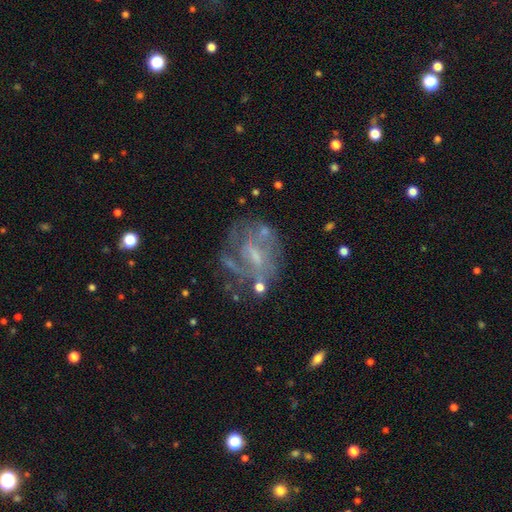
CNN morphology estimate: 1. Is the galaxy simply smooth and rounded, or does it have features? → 72% featured or disk, 16% smooth, 12% star or artifact.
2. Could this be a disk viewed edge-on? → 96% no, 4% yes.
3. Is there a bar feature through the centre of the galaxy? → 47% weak, 37% no, 15% strong.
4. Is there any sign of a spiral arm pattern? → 60% yes, 40% no.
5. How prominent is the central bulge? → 46% small, 27% moderate, 24% none, 2% large, 1% dominant.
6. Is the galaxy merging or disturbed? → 52% none, 22% major disturbance, 20% minor disturbance, 7% merger.